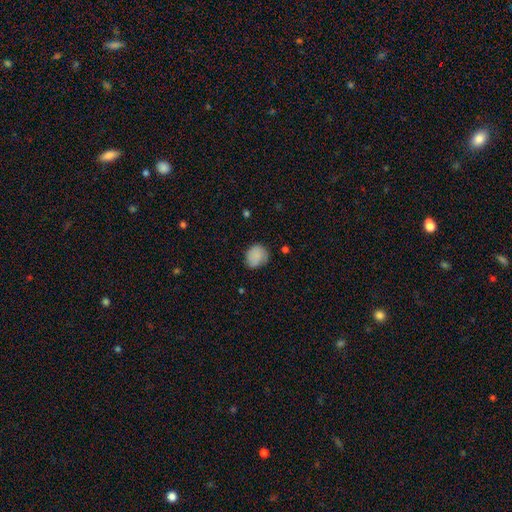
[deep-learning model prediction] Overall: smooth (84%). How rounded: round (72%). Merging: none (69%).